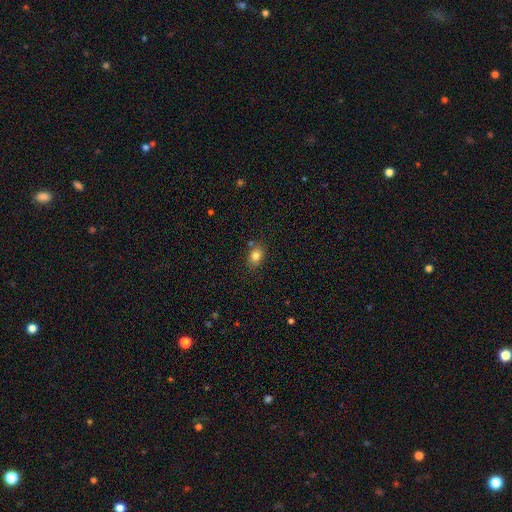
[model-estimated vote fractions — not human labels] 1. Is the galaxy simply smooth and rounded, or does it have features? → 82% smooth, 10% star or artifact, 8% featured or disk.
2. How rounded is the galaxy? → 75% in between, 24% round, 2% cigar-shaped.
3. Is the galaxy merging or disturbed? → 76% none, 14% minor disturbance, 6% merger, 3% major disturbance.